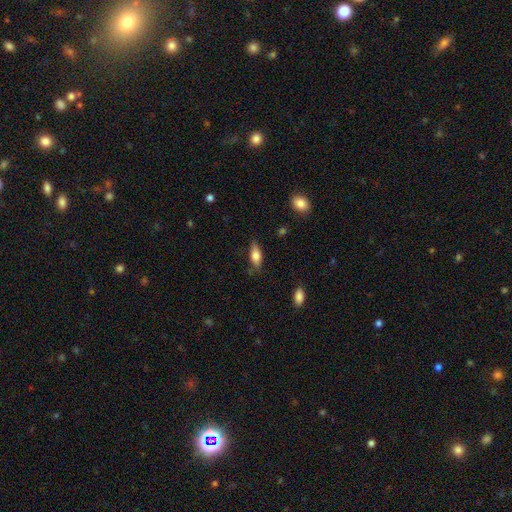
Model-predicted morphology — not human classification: Overall: smooth (70%). How rounded: in between (73%). Merging: none (76%).